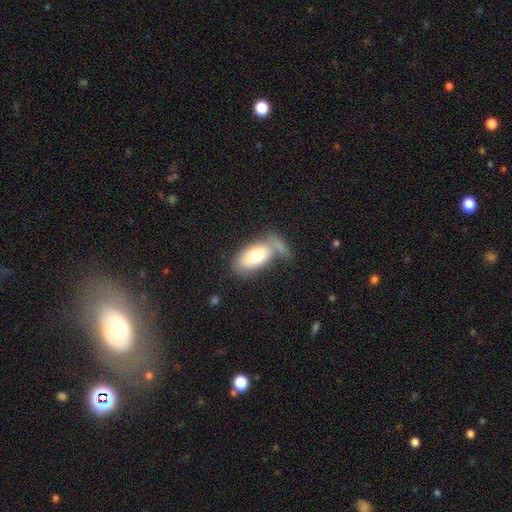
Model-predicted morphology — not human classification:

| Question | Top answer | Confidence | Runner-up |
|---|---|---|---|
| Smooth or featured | smooth | 71% | featured or disk (22%) |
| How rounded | in between | 92% | round (4%) |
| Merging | none | 37% | merger (28%) |